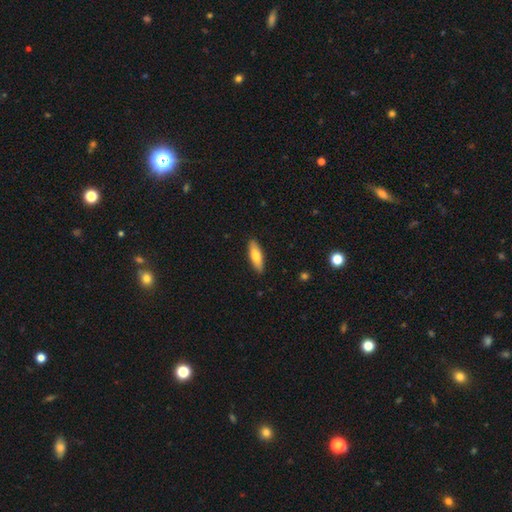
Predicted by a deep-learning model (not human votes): This is likely a smooth galaxy (75%). How rounded: possibly in between (50%). Merging: clearly none (89%).